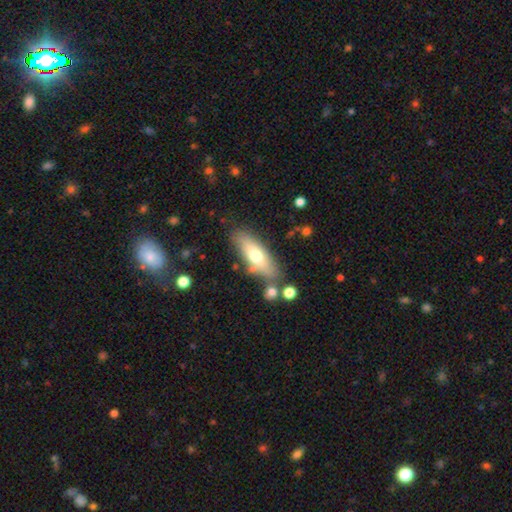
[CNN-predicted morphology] Overall: smooth (63%; featured or disk 30%). How rounded: in between (57%; cigar-shaped 41%). Merging: none (74%).